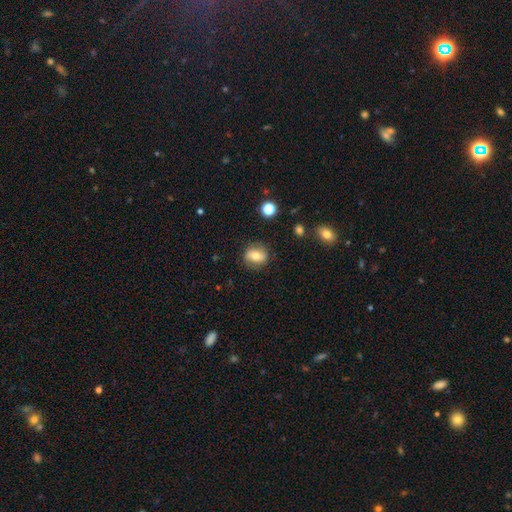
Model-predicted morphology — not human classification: type=smooth (59%); roundness=round (59%); merging=none (81%).